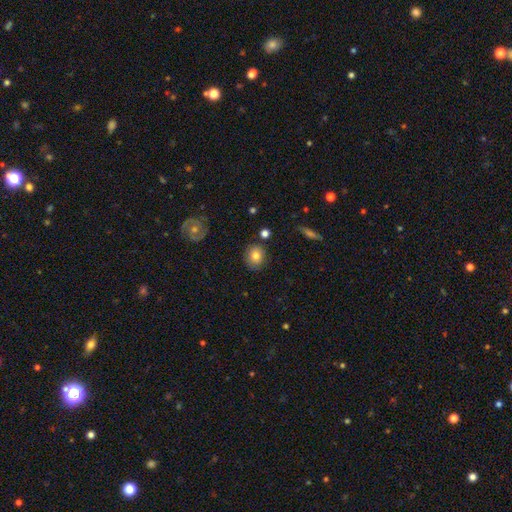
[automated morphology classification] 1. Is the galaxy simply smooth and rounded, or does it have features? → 76% smooth, 14% featured or disk, 10% star or artifact.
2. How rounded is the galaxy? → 72% round, 27% in between, 1% cigar-shaped.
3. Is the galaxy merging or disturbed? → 83% none, 11% minor disturbance, 3% merger, 3% major disturbance.